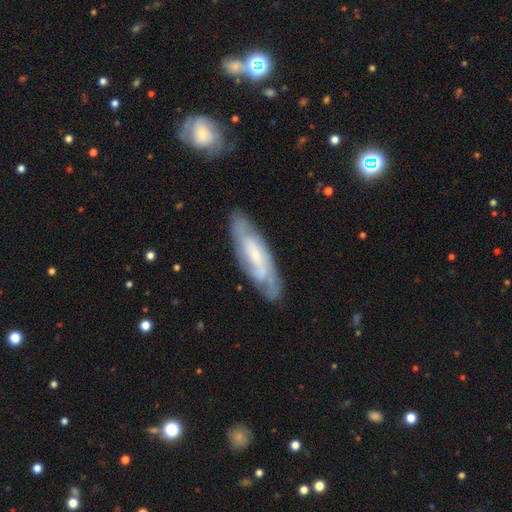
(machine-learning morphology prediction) smooth-or-featured: featured or disk: 67% | smooth: 27% | star or artifact: 6%
  disk-edge-on: no: 76% | yes: 24%
    bar: no: 50% | weak: 38% | strong: 13%
    has-spiral-arms: yes: 86% | no: 14%
    bulge-size: small: 58% | moderate: 26% | none: 11% | large: 4% | dominant: 1%
  merging: none: 78% | minor disturbance: 16% | major disturbance: 4% | merger: 2%